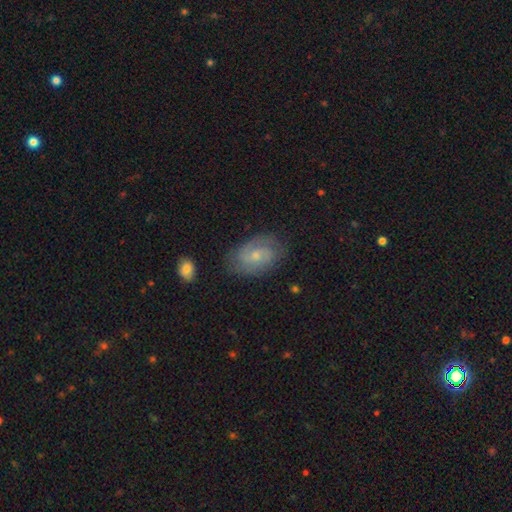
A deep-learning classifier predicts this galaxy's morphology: A featured or disk galaxy (62%) with no bar (59%), 2 (65%) tight (42%, tied with medium) spiral arms (87%) and a small central bulge (63%).

Vote fractions:
- Smooth or featured? featured or disk: 62% / smooth: 31% / star or artifact: 8%
- Edge-on disk? no: 96% / yes: 4%
- Bar? no: 59% / weak: 36% / strong: 5%
- Spiral arms? yes: 87% / no: 13%
- Spiral winding? tight: 42% (tied) / medium: 42% (tied) / loose: 16%
- Spiral arm count? 2: 65% / can't tell: 21% / 1: 5% / 3: 5% / 4: 2% / more than 4: 2%
- Bulge size? small: 63% / moderate: 31% / none: 3% / large: 2% / dominant: 1%
- Merging? none: 75% / minor disturbance: 18% / major disturbance: 6% / merger: 2%